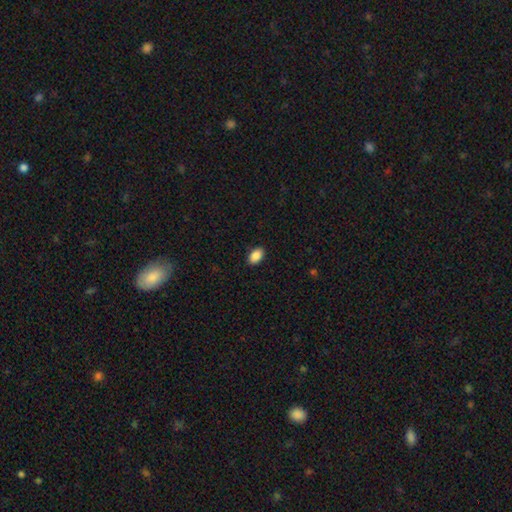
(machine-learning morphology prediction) Smooth or featured? Predicted: smooth (p=0.88). How rounded? Predicted: in between (p=0.90). Merging? Predicted: none (p=0.90).